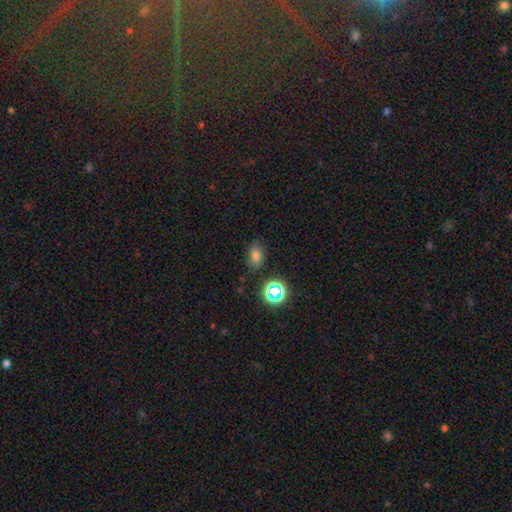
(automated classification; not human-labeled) This appears to be a smooth galaxy with no disk features (72%) that is in between round and cigar-shaped (78%). Merging: none (77%).